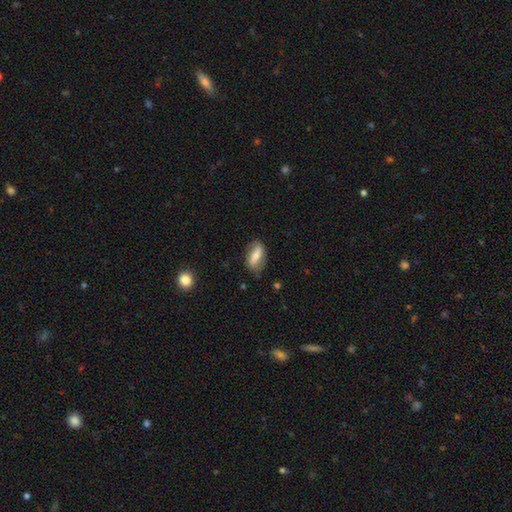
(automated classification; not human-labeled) smooth-or-featured: smooth: 58% | featured or disk: 35% | star or artifact: 7%
  how-rounded: in between: 81% | cigar-shaped: 14% | round: 5%
  merging: none: 72% | minor disturbance: 20% | major disturbance: 6% | merger: 2%